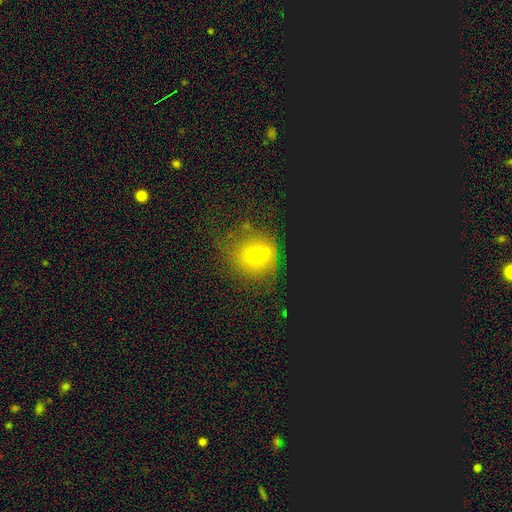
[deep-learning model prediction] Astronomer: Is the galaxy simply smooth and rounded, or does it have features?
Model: smooth — 56%.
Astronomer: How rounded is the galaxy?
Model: round — 81%.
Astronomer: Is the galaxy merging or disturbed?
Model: none — 42% (runner-up: merger, 40%).